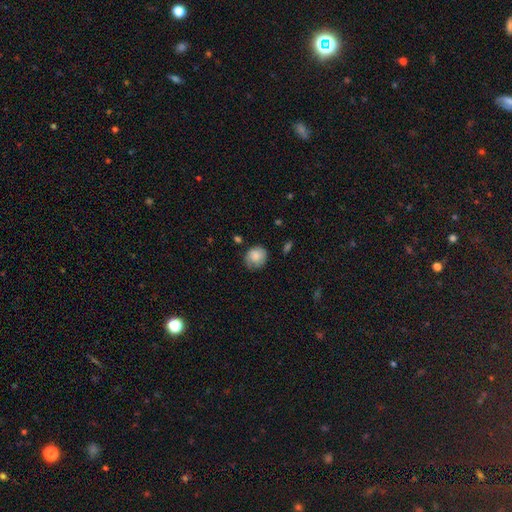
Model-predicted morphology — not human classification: smooth_or_featured: smooth (p=0.81) [alt: featured or disk p=0.12]
how_rounded: round (p=0.77) [alt: in between p=0.22]
merging: none (p=0.67) [alt: minor disturbance p=0.25]